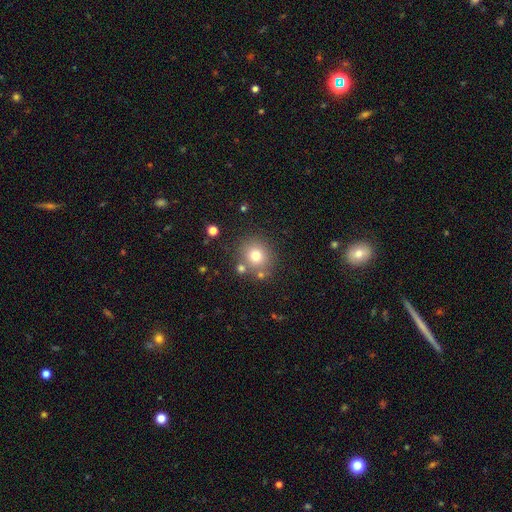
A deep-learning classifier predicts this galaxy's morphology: Overall: smooth (74%). How rounded: round (87%). Merging: none (77%).